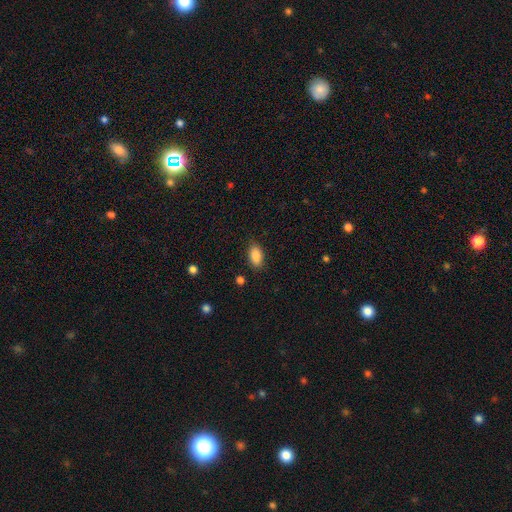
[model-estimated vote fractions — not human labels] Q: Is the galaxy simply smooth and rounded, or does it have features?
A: smooth — 88%.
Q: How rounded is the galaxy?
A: in between — 91%.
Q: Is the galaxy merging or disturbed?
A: none — 84%.